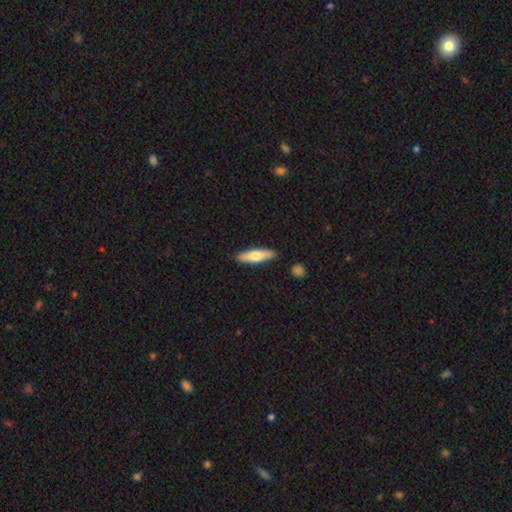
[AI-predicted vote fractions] Smooth or featured? smooth (62%)
How rounded? cigar-shaped (63%)
Merging? none (87%)